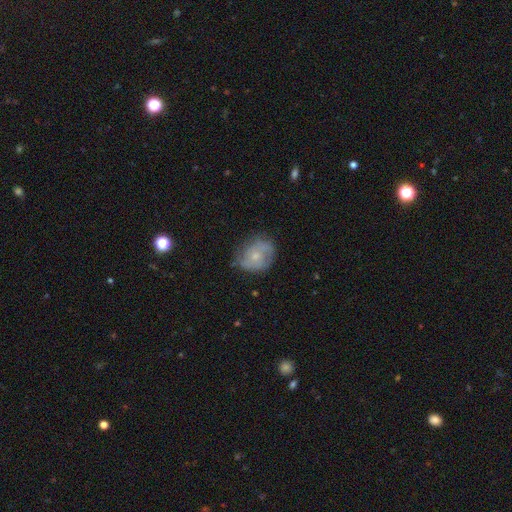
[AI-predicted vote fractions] smooth-or-featured: featured or disk: 50% | smooth: 42% | star or artifact: 8%
  disk-edge-on: no: 97% | yes: 3%
  merging: none: 62% | minor disturbance: 27% | major disturbance: 10% | merger: 2%